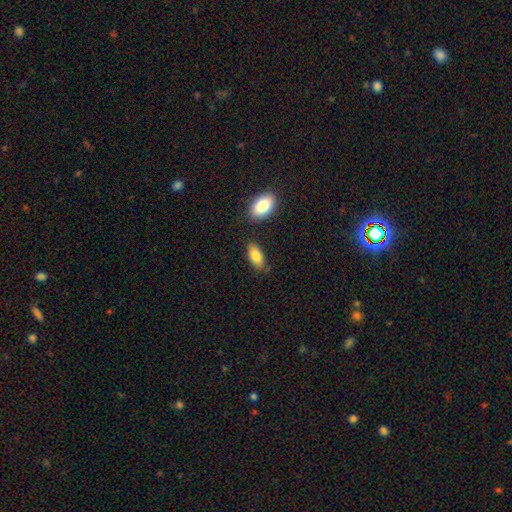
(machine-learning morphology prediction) Smooth or featured?
  - smooth: 84% *
  - featured or disk: 9%
  - star or artifact: 7%
How rounded?
  - in between: 90% *
  - cigar-shaped: 7%
  - round: 3%
Merging?
  - none: 76% *
  - minor disturbance: 15%
  - merger: 6%
  - major disturbance: 3%